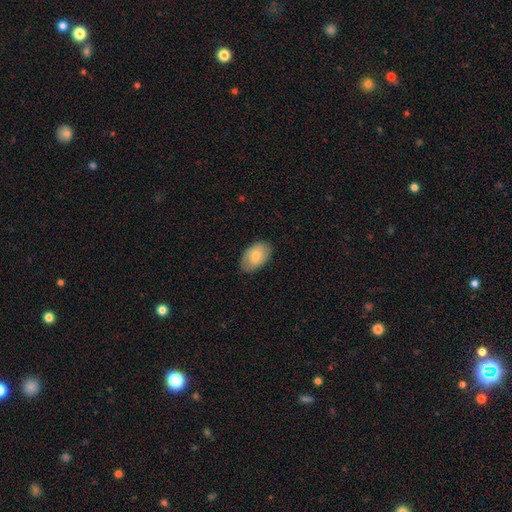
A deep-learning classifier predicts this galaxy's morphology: Smooth or featured?
  - smooth: 79% *
  - featured or disk: 16%
  - star or artifact: 6%
How rounded?
  - in between: 92% *
  - round: 7%
  - cigar-shaped: 1%
Merging?
  - none: 83% *
  - minor disturbance: 14%
  - major disturbance: 3%
  - merger: 1%